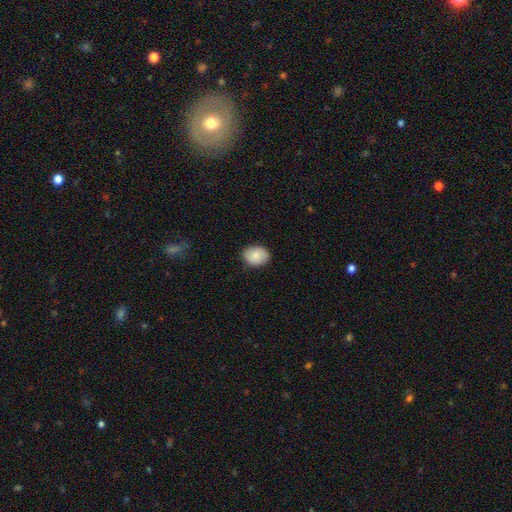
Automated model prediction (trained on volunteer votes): Smooth or featured?
  - smooth: 84% *
  - featured or disk: 9%
  - star or artifact: 7%
How rounded?
  - in between: 62% *
  - round: 37%
  - cigar-shaped: 1%
Merging?
  - none: 84% *
  - minor disturbance: 12%
  - major disturbance: 2%
  - merger: 1%